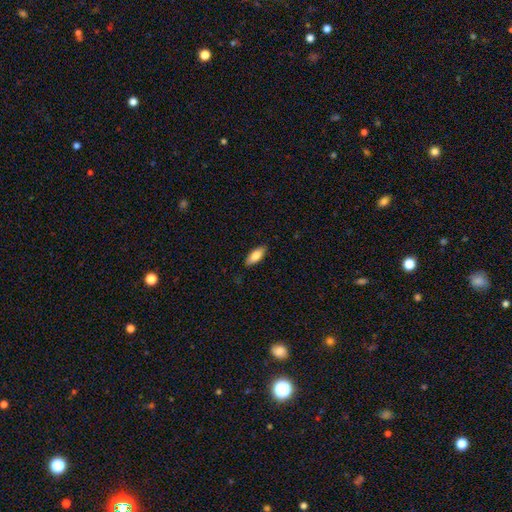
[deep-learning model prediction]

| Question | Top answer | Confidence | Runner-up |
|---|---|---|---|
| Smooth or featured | smooth | 83% | featured or disk (11%) |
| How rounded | in between | 81% | cigar-shaped (17%) |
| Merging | none | 87% | minor disturbance (10%) |